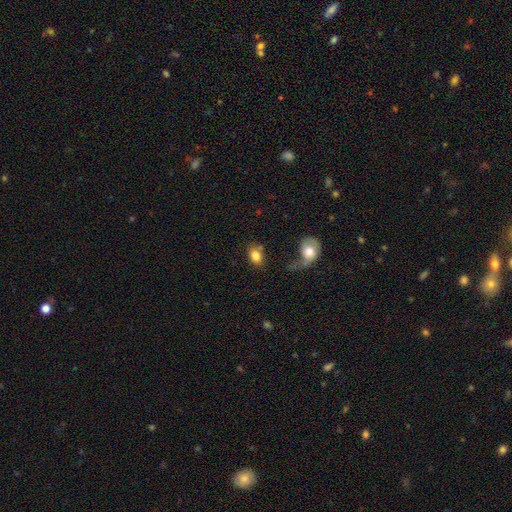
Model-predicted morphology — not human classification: type=smooth (82%); roundness=in between (72%); merging=none (66%).